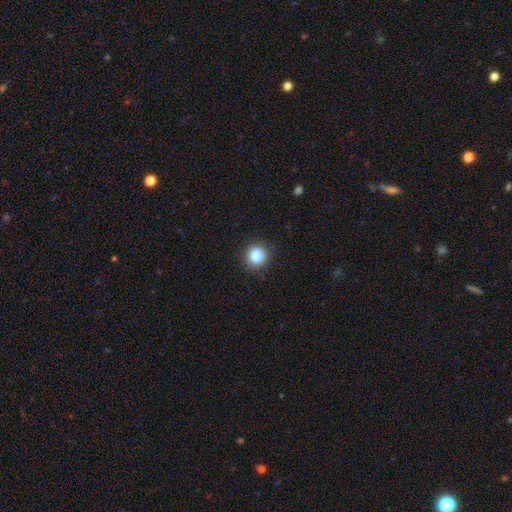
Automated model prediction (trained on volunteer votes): The model was most divided on "smooth or featured": smooth: 86%, star or artifact: 10%, featured or disk: 4%. More confident: how rounded — round (90%); merging — none (89%).